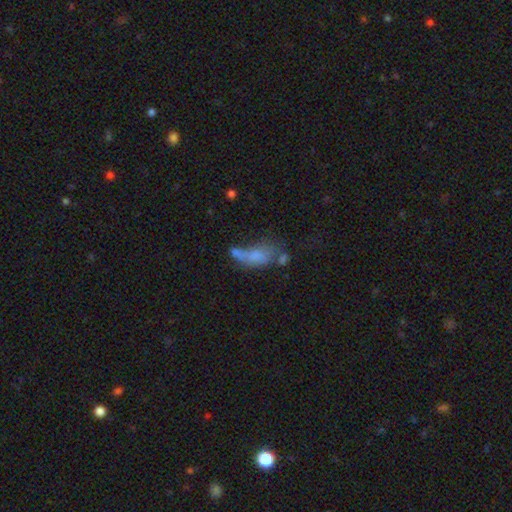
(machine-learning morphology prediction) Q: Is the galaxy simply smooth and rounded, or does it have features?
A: smooth — 60%.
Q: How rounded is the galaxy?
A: in between — 78%.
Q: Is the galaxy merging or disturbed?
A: merger — 38%.